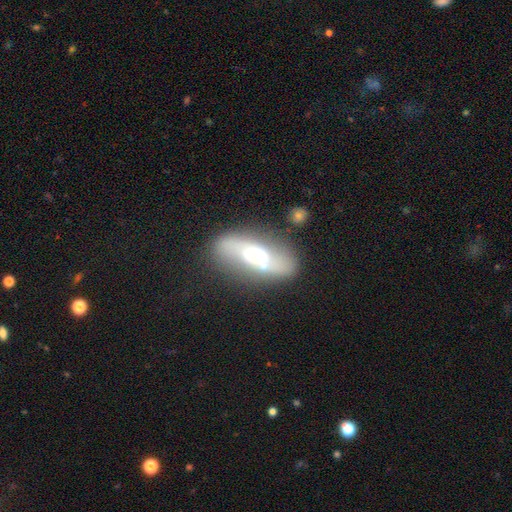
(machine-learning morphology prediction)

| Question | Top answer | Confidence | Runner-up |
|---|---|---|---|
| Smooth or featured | featured or disk | 57% | smooth (35%) |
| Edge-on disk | no | 81% | yes (19%) |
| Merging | none | 60% | minor disturbance (18%) |